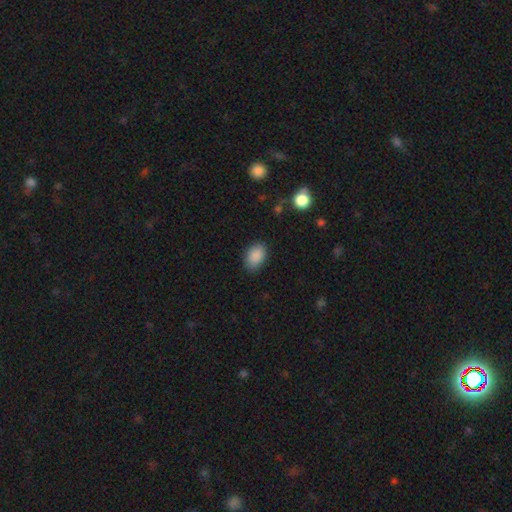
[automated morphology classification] A smooth galaxy with no disk features (89%) that is in between round and cigar-shaped (85%).

Vote fractions:
- Smooth or featured? smooth: 89% / star or artifact: 8% / featured or disk: 3%
- How rounded? in between: 85% / round: 14% / cigar-shaped: 1%
- Merging? none: 83% / minor disturbance: 13% / major disturbance: 3% / merger: 1%